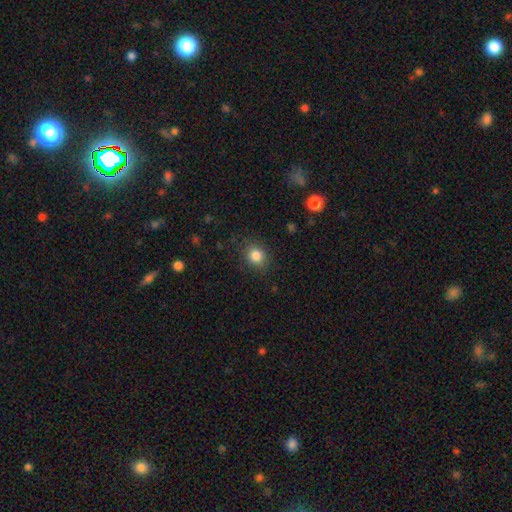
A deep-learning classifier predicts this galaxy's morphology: Smooth or featured? Predicted: smooth (p=0.84). How rounded? Predicted: round (p=0.70). Merging? Predicted: none (p=0.87).